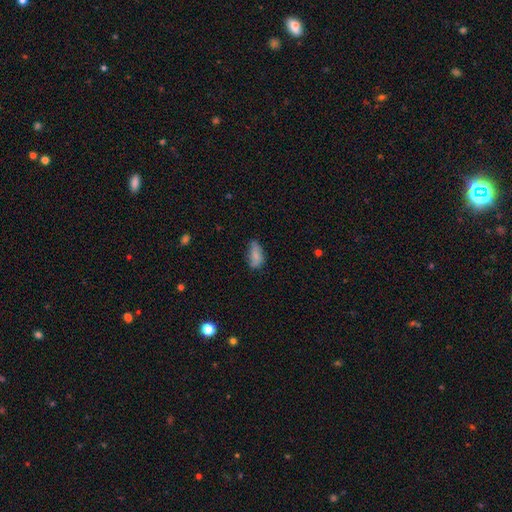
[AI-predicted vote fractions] This is likely a smooth galaxy (77%). How rounded: clearly in between (88%). Merging: possibly none (47%).